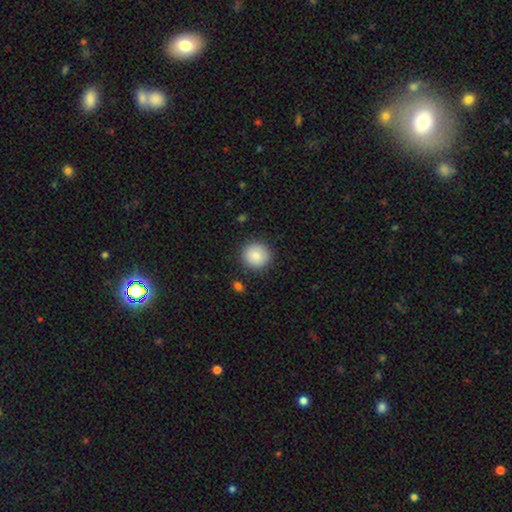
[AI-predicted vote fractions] Smooth or featured: smooth — 86% (star or artifact — 8%)
How rounded: round — 92% (in between — 7%)
Merging: none — 89% (minor disturbance — 8%)